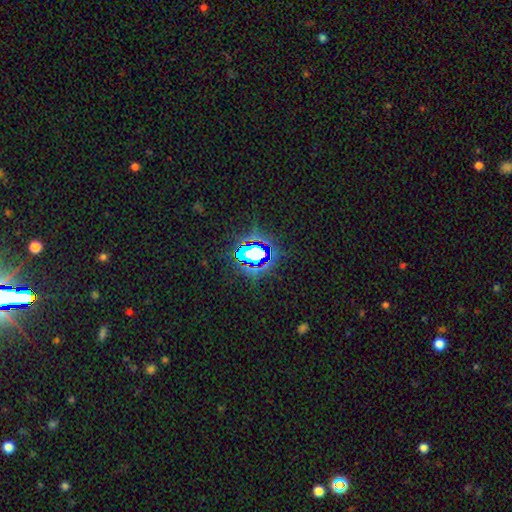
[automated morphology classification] star or artifact 74%, smooth 15%, featured or disk 12%.